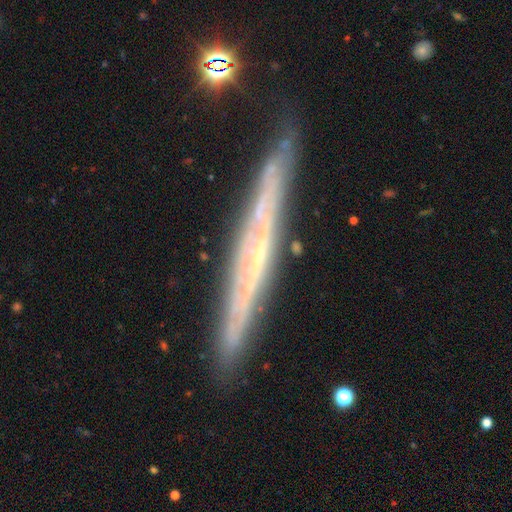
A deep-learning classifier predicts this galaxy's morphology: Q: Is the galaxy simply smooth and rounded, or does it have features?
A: featured or disk — 79%.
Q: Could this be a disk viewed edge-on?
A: yes — 92%.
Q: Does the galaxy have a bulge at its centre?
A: none — 61%.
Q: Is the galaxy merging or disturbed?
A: none — 84%.